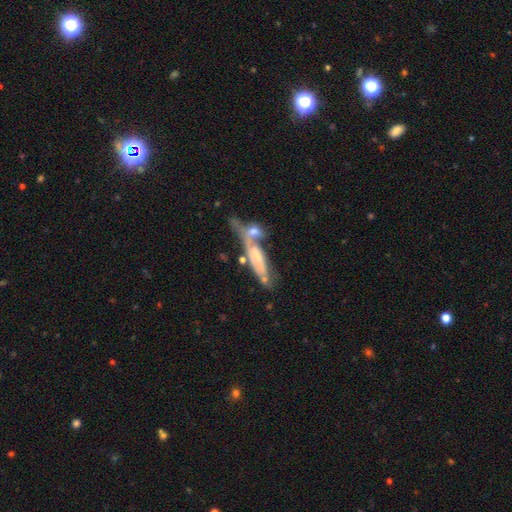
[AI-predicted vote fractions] Morphology: type=featured or disk (60%); edge-on=no (63%); merging=merger (50%).